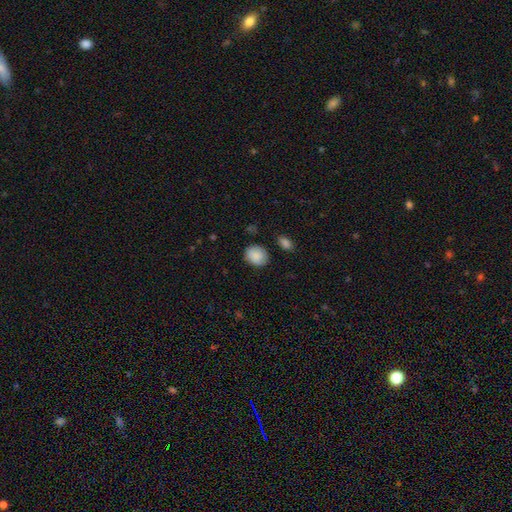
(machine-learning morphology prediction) smooth-or-featured: smooth: 89% | star or artifact: 7% | featured or disk: 4%
  how-rounded: round: 65% | in between: 34% | cigar-shaped: 1%
  merging: none: 81% | minor disturbance: 13% | major disturbance: 3% | merger: 2%